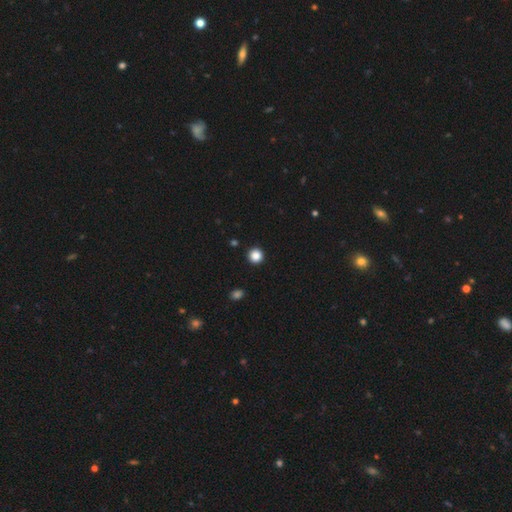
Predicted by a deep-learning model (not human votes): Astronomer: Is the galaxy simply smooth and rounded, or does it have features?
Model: smooth — 86%.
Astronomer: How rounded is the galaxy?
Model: round — 96%.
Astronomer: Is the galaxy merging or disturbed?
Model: none — 94%.